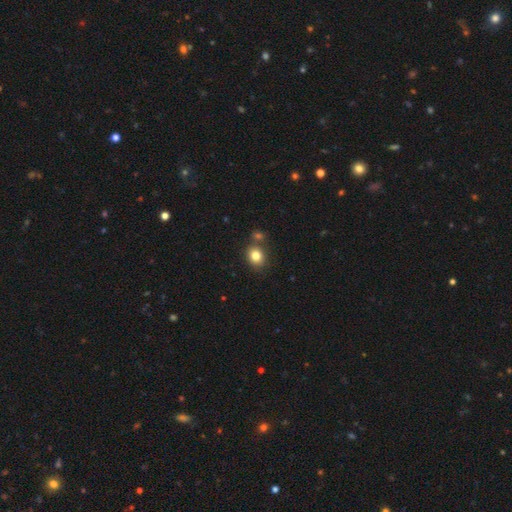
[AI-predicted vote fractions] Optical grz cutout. It shows a smooth galaxy with no disk features (82%) that is round (64%). Merging: none (71%).